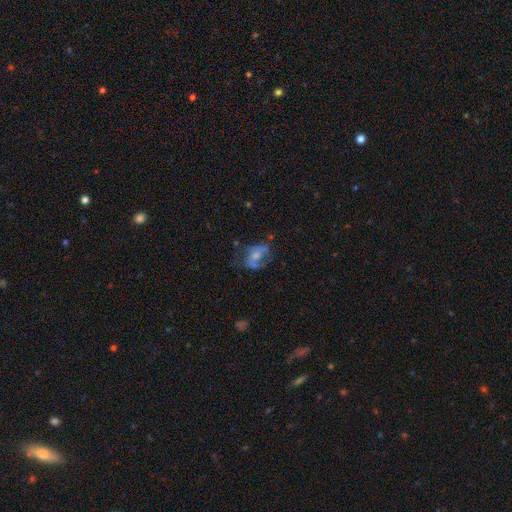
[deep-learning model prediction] smooth_or_featured: featured or disk (p=0.54) [alt: smooth p=0.36]
disk_edge_on: no (p=0.96) [alt: yes p=0.04]
bar: no (p=0.62) [alt: weak p=0.29]
has_spiral_arms: yes (p=0.50) [tied with: no p=0.50]
bulge_size: moderate (p=0.43) [alt: small p=0.31]
merging: none (p=0.38) [alt: major disturbance p=0.33]